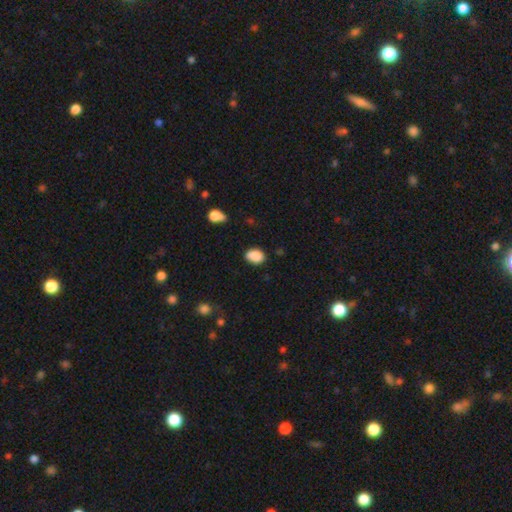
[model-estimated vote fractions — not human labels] A smooth galaxy with no disk features (87%) that is in between round and cigar-shaped (79%).

Vote fractions:
- Smooth or featured? smooth: 87% / star or artifact: 8% / featured or disk: 4%
- How rounded? in between: 79% / round: 20% / cigar-shaped: 1%
- Merging? none: 74% / minor disturbance: 20% / major disturbance: 3% / merger: 2%